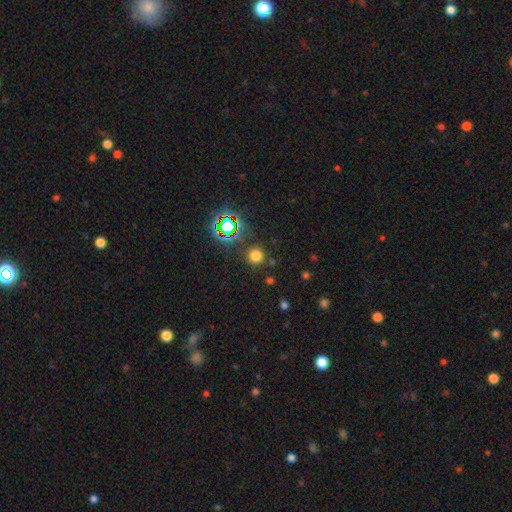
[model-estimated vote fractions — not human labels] This appears to be a smooth galaxy with no disk features (70%) that is round (94%). Merging: none (85%).